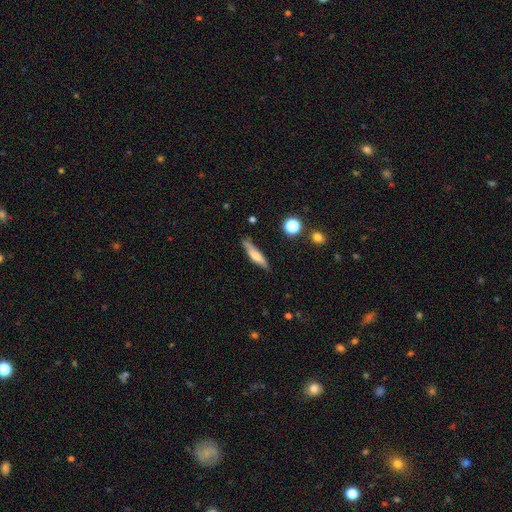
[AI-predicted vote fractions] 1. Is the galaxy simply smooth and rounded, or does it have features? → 55% smooth, 37% featured or disk, 8% star or artifact.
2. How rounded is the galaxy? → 80% cigar-shaped, 18% in between, 2% round.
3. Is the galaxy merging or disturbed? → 79% none, 16% minor disturbance, 3% major disturbance, 2% merger.